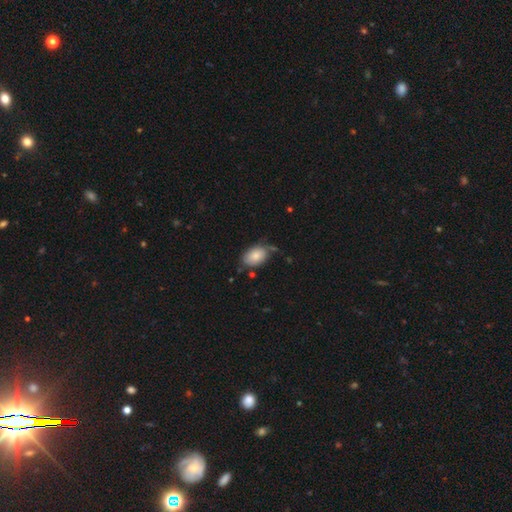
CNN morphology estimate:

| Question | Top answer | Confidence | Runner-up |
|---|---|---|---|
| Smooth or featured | smooth | 83% | featured or disk (11%) |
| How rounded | in between | 89% | round (10%) |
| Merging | none | 61% | minor disturbance (26%) |